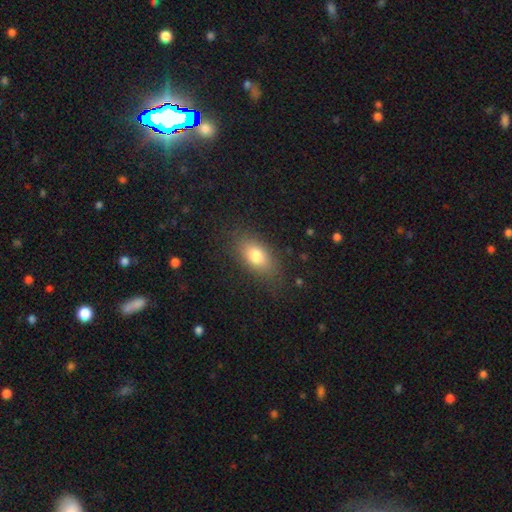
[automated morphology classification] Smooth or featured: smooth — 78% (featured or disk — 14%)
How rounded: in between — 85% (round — 10%)
Merging: none — 80% (minor disturbance — 14%)